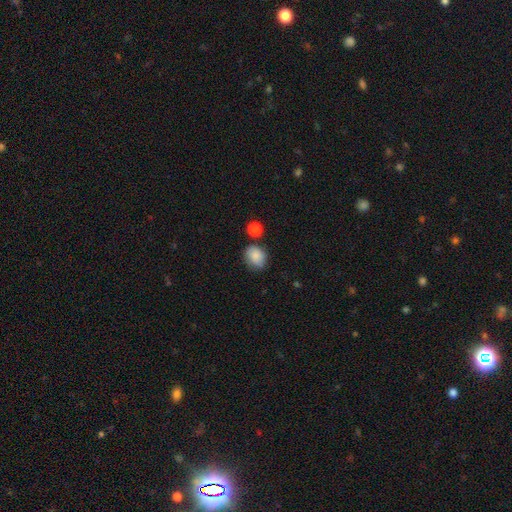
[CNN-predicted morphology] Overall: smooth (82%). How rounded: round (58%; in between 41%). Merging: none (67%).